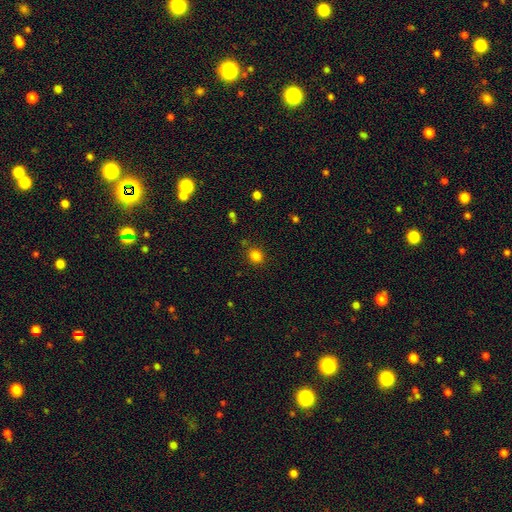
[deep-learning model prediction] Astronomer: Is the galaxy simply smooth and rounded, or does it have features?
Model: smooth — 81%.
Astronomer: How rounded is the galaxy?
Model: round — 75%.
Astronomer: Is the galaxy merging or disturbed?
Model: none — 83%.